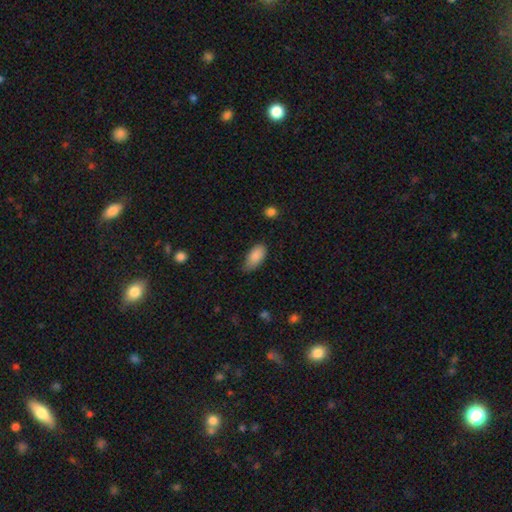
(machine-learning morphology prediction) Smooth or featured? smooth (87%)
How rounded? in between (93%)
Merging? none (63%)